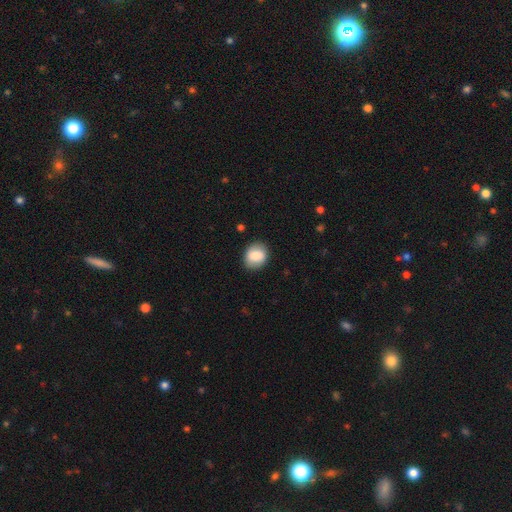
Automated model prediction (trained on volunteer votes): Smooth or featured? smooth (79%)
How rounded? round (52%)
Merging? none (85%)